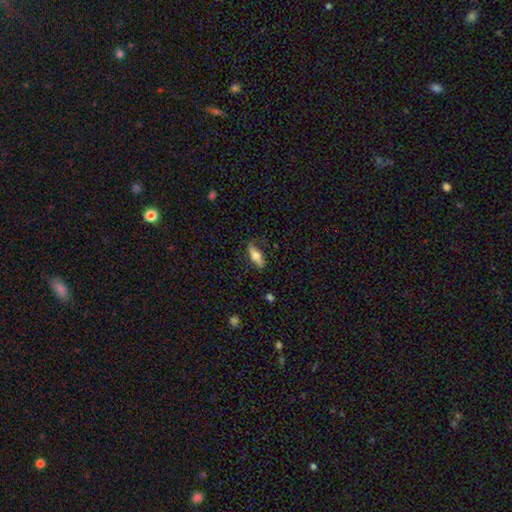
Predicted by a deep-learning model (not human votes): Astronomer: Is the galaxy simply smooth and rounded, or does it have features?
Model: smooth — 62%.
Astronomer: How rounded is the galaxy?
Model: in between — 60% (runner-up: cigar-shaped, 37%).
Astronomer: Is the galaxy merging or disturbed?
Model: none — 77%.